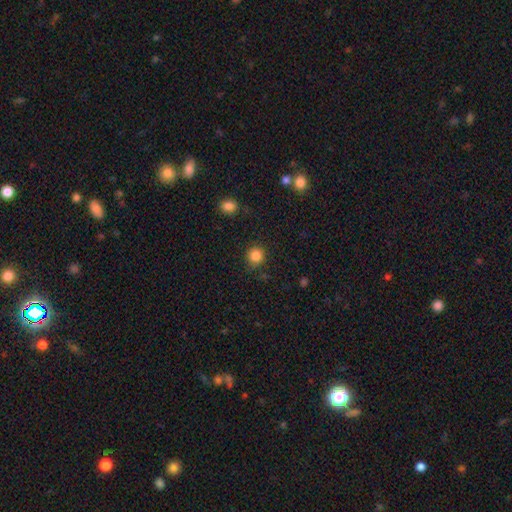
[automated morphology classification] Overall: smooth (85%). How rounded: round (89%). Merging: none (85%).